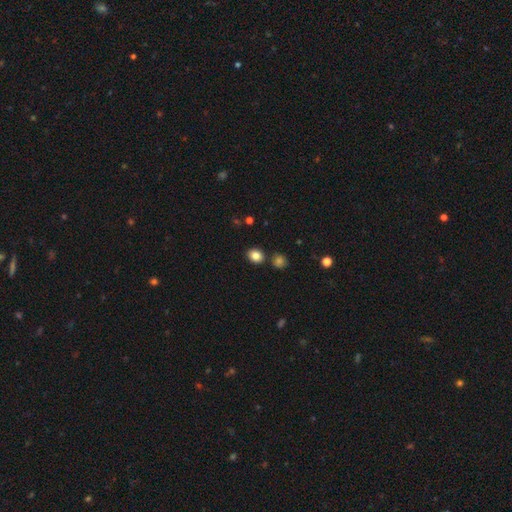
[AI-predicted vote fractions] Smooth or featured? smooth (84%)
How rounded? round (55%)
Merging? none (82%)